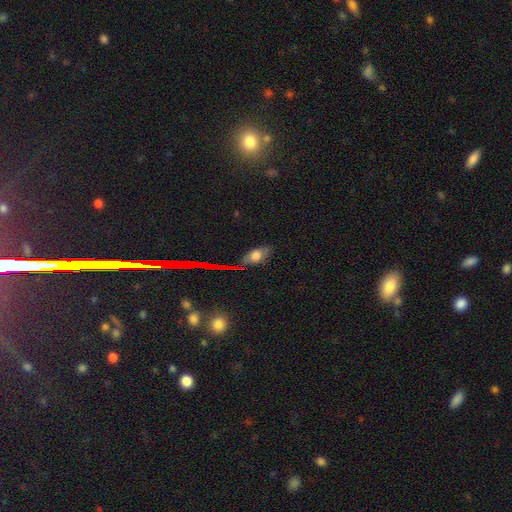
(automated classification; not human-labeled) Q: Smooth or featured?
A: smooth (64%); runner-up: featured or disk (19%)
Q: How rounded?
A: in between (82%); runner-up: round (11%)
Q: Merging?
A: none (73%); runner-up: minor disturbance (20%)